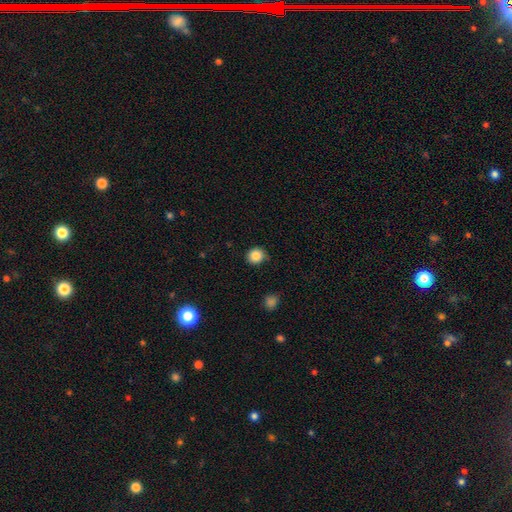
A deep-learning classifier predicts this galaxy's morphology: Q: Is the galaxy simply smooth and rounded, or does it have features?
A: smooth — 85%.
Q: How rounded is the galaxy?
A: round — 86%.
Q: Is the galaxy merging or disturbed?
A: none — 81%.